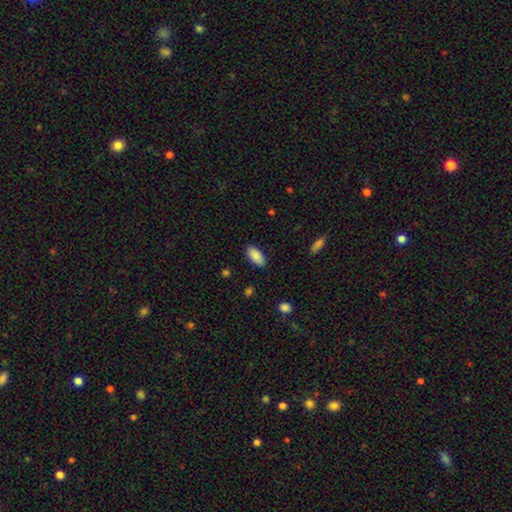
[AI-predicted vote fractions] Smooth or featured? smooth (89%)
How rounded? in between (92%)
Merging? none (88%)